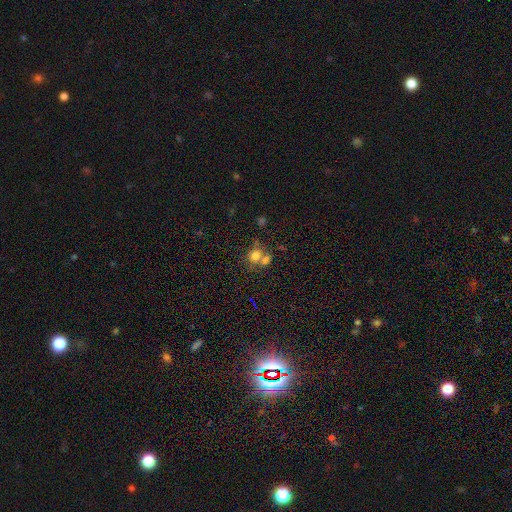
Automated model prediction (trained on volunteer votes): smooth_or_featured: smooth (p=0.74) [alt: star or artifact p=0.13]
how_rounded: round (p=0.74) [alt: in between p=0.24]
merging: merger (p=0.46) [alt: none p=0.40]